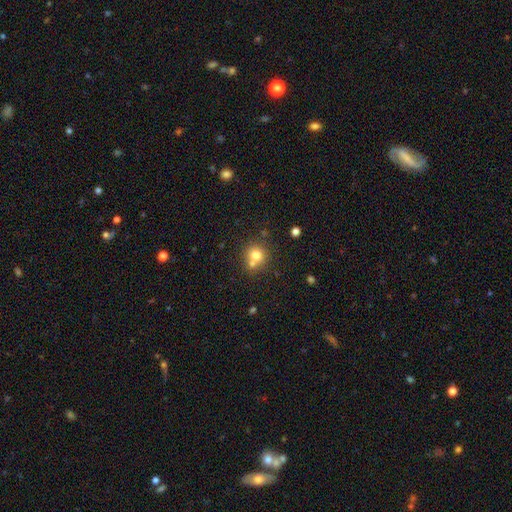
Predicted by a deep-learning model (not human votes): Smooth or featured? smooth (75%)
How rounded? round (88%)
Merging? none (53%)